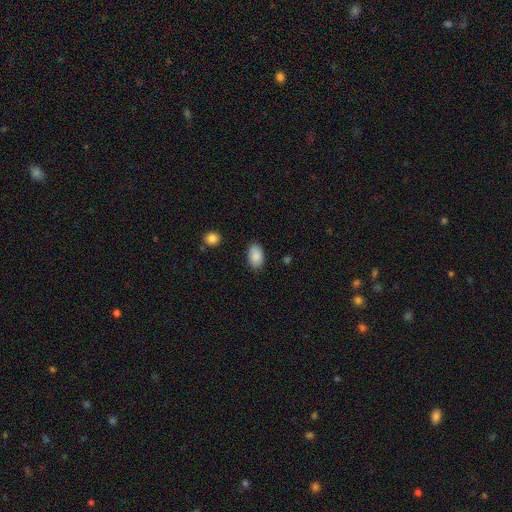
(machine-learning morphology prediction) Smooth or featured?
  - smooth: 89% *
  - star or artifact: 7%
  - featured or disk: 5%
How rounded?
  - in between: 93% *
  - round: 6%
  - cigar-shaped: 1%
Merging?
  - none: 85% *
  - minor disturbance: 11%
  - major disturbance: 3%
  - merger: 1%